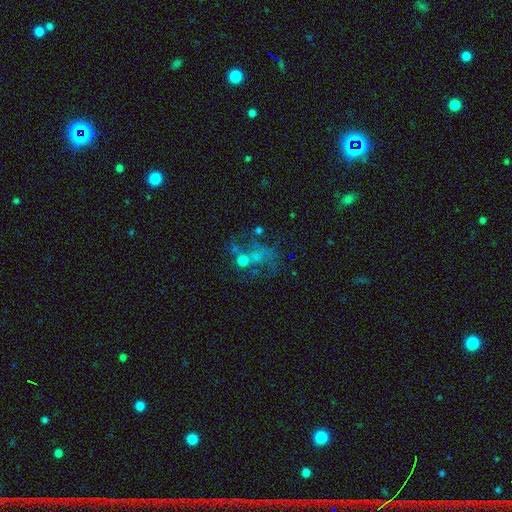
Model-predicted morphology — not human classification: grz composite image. It shows a featured or disk galaxy (51%). Merging: none (39%).